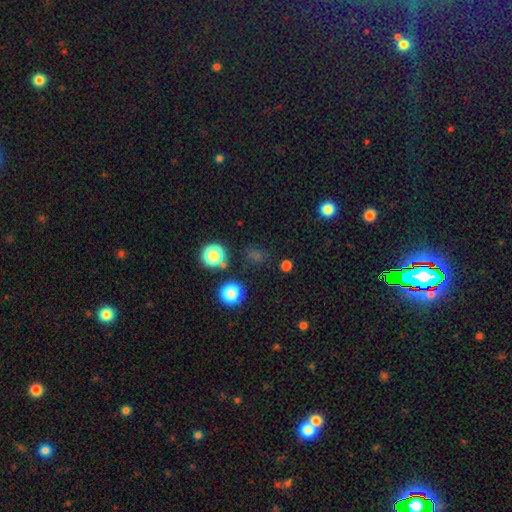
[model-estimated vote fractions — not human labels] Smooth or featured? Predicted: smooth (p=0.57). How rounded? Predicted: round (p=0.77). Merging? Predicted: none (p=0.81).